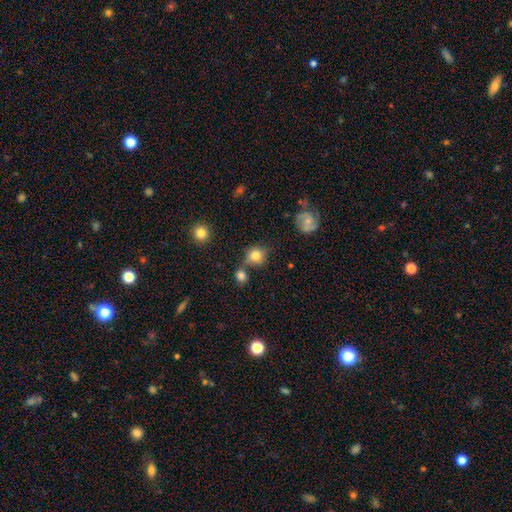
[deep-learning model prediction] Overall: smooth (81%). How rounded: round (86%). Merging: none (63%).